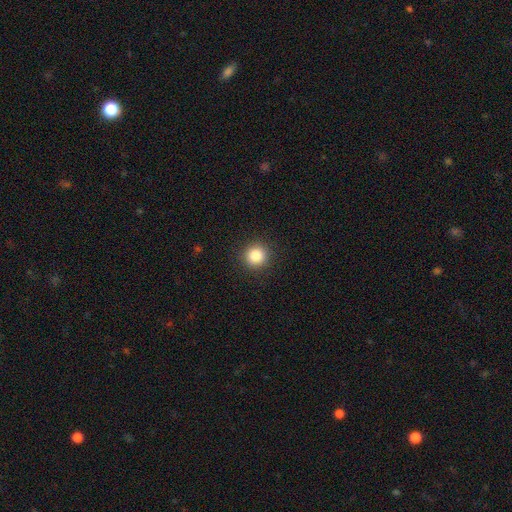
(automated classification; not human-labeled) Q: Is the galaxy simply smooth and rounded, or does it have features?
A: smooth — 85%.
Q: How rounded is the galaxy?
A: round — 94%.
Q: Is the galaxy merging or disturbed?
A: none — 92%.